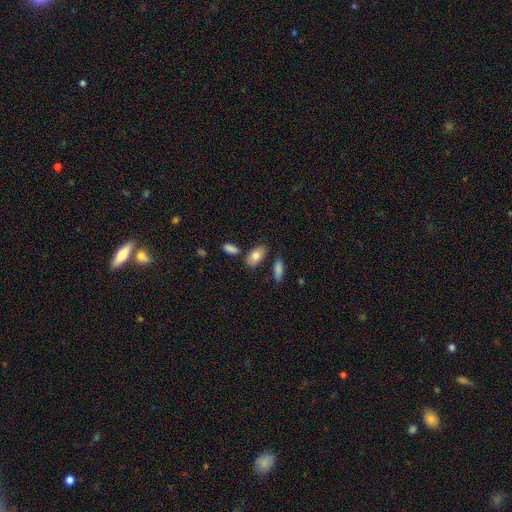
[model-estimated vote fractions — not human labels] Smooth or featured?
  - smooth: 81% *
  - featured or disk: 12%
  - star or artifact: 7%
How rounded?
  - in between: 92% *
  - cigar-shaped: 4%
  - round: 4%
Merging?
  - none: 76% *
  - minor disturbance: 13%
  - merger: 7%
  - major disturbance: 3%